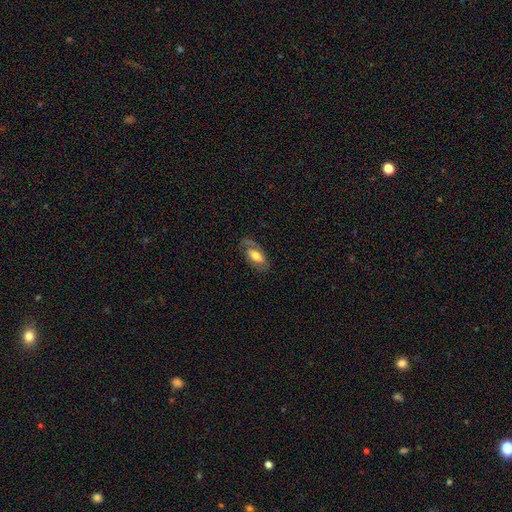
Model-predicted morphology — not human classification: smooth-or-featured: featured or disk: 50% | smooth: 44% | star or artifact: 6%
  merging: none: 66% | minor disturbance: 20% | major disturbance: 12% | merger: 2%